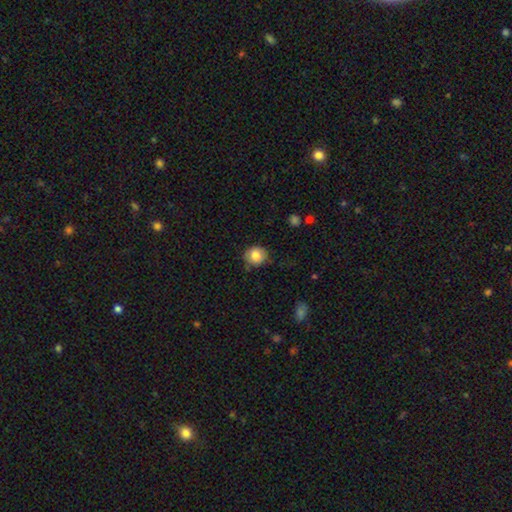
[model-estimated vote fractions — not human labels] smooth 83%, featured or disk 9%, star or artifact 9%. Down the decision tree: how rounded — round (78%); merging — none (78%).